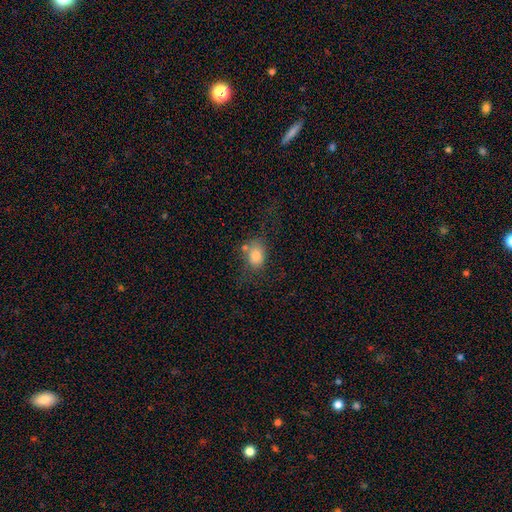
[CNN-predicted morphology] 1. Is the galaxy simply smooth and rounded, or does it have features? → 79% smooth, 11% featured or disk, 10% star or artifact.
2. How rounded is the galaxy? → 60% in between, 38% round, 1% cigar-shaped.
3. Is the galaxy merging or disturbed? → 52% none, 21% minor disturbance, 14% merger, 13% major disturbance.